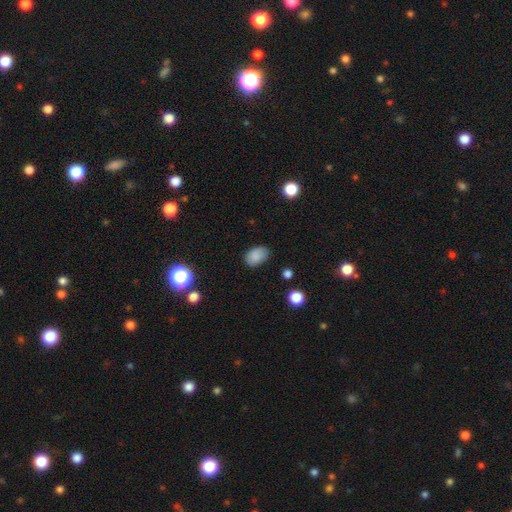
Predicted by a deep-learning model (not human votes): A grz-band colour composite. It shows a smooth galaxy with no disk features (85%) that is in between round and cigar-shaped (83%). Merging: none (80%).